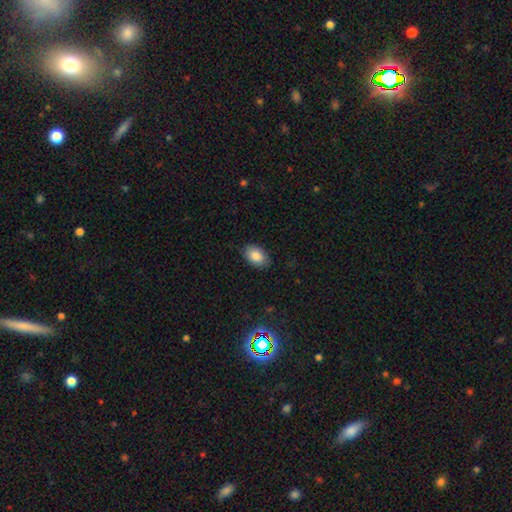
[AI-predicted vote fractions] smooth 86%, star or artifact 7%, featured or disk 7%. Down the decision tree: how rounded — in between (89%); merging — none (85%).